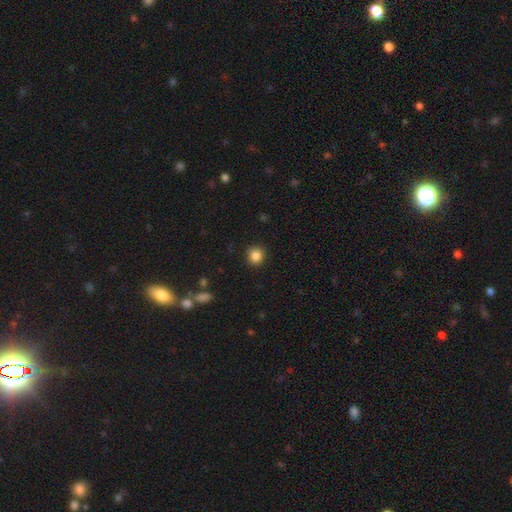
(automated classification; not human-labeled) This is clearly a smooth galaxy (85%). How rounded: clearly round (87%). Merging: clearly none (89%).